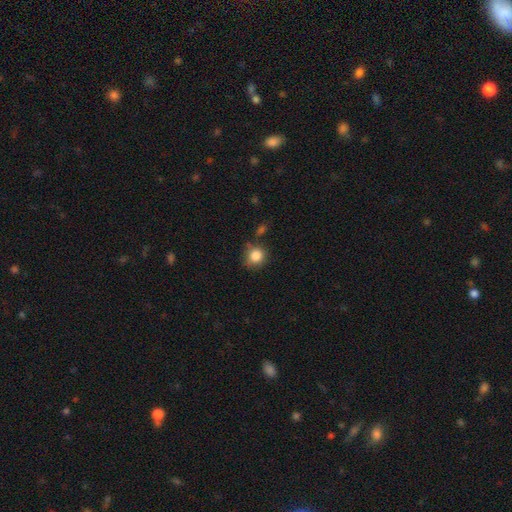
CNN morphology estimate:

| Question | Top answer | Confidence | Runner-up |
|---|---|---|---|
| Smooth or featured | smooth | 85% | star or artifact (10%) |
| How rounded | round | 86% | in between (13%) |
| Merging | none | 70% | minor disturbance (18%) |